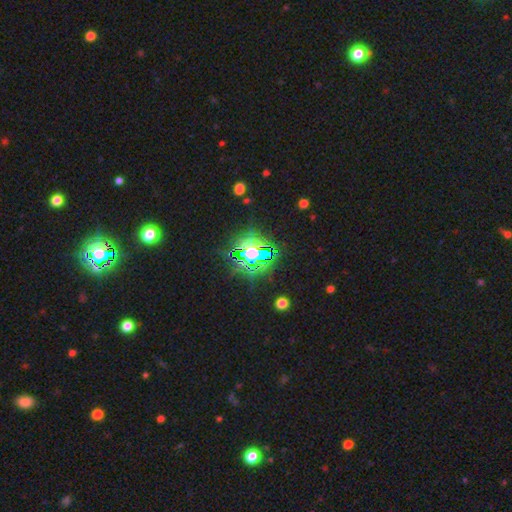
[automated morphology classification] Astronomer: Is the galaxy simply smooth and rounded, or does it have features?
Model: star or artifact — 77%.